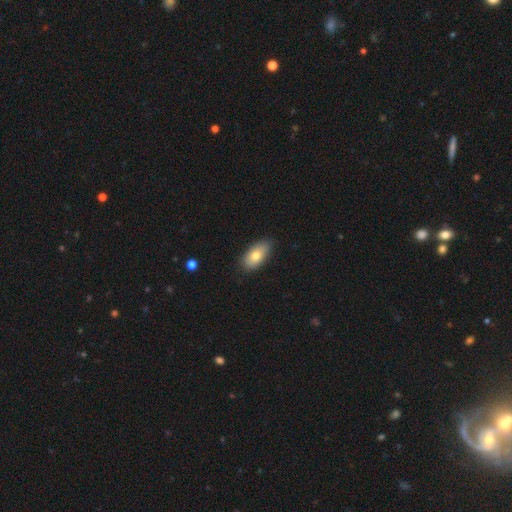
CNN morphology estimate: type=smooth (75%); roundness=in between (91%); merging=none (83%).